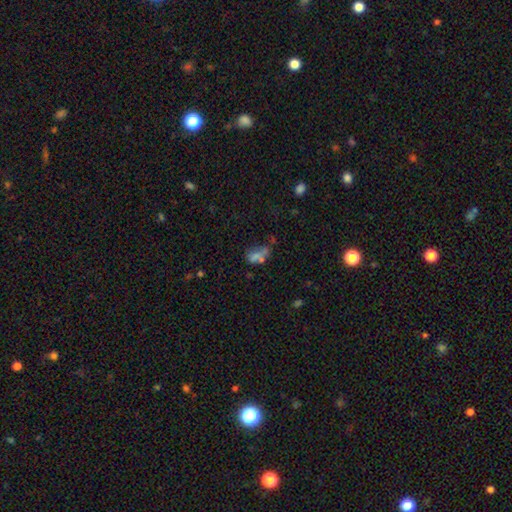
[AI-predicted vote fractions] A smooth galaxy with no disk features (51%) that is in between round and cigar-shaped (71%). Merging: merger (35%).